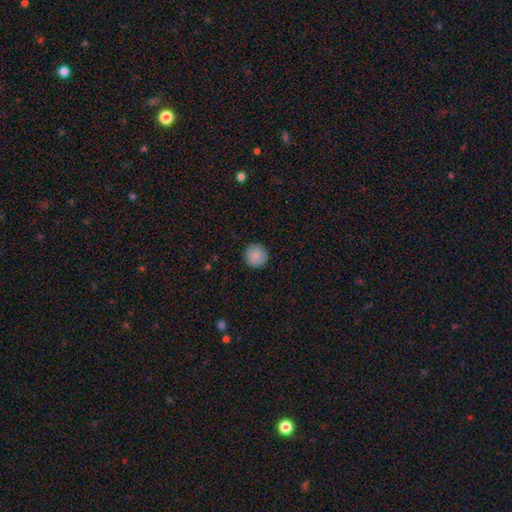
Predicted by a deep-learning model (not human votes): The model was most divided on "smooth or featured": smooth: 89%, star or artifact: 8%, featured or disk: 3%. More confident: how rounded — round (96%); merging — none (92%).